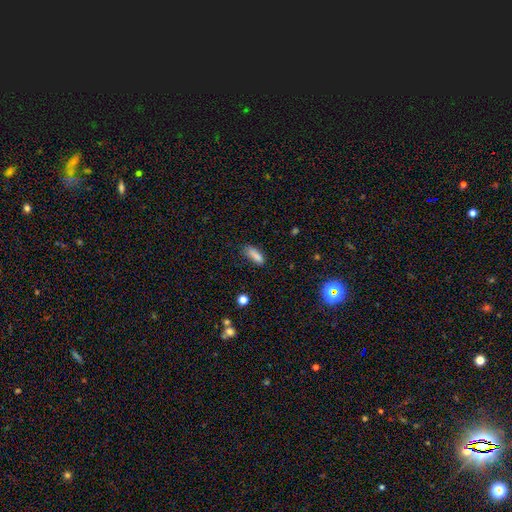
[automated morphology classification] smooth 84%, star or artifact 10%, featured or disk 6%. Down the decision tree: how rounded — in between (58%); merging — none (65%).